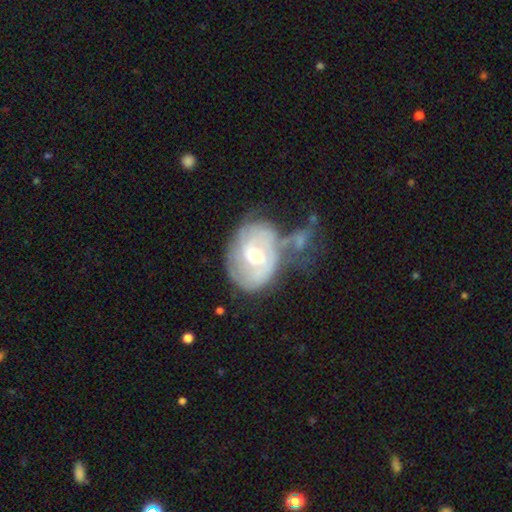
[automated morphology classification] Q: Smooth or featured?
A: featured or disk (77%); runner-up: smooth (17%)
Q: Edge-on disk?
A: no (97%); runner-up: yes (3%)
Q: Bar?
A: weak (45%); runner-up: no (44%)
Q: Spiral arms?
A: yes (85%); runner-up: no (15%)
Q: Spiral winding?
A: tight (56%); runner-up: medium (31%)
Q: Spiral arm count?
A: can't tell (40%); runner-up: 2 (36%)
Q: Bulge size?
A: moderate (66%); runner-up: small (27%)
Q: Merging?
A: none (34%); runner-up: merger (25%)